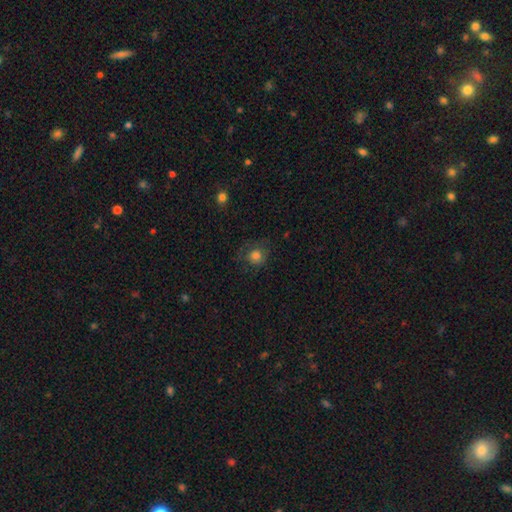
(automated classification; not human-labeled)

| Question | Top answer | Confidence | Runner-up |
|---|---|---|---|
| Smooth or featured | smooth | 79% | star or artifact (12%) |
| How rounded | round | 84% | in between (15%) |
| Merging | none | 66% | minor disturbance (20%) |